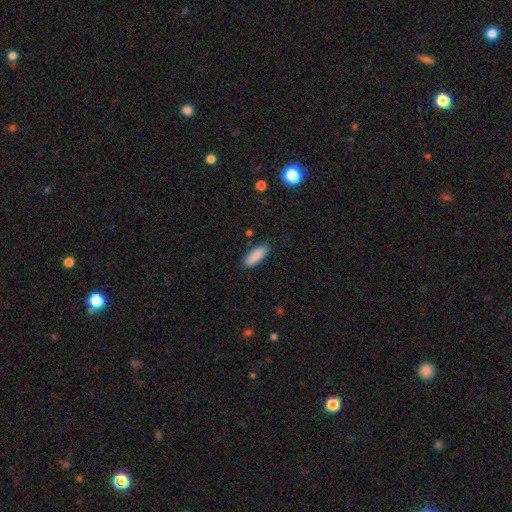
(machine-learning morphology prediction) A smooth galaxy with no disk features (88%) that is in between round and cigar-shaped (71%).

Vote fractions:
- Smooth or featured? smooth: 88% / star or artifact: 6% / featured or disk: 6%
- How rounded? in between: 71% / cigar-shaped: 28% / round: 2%
- Merging? none: 86% / minor disturbance: 11% / major disturbance: 2% / merger: 1%